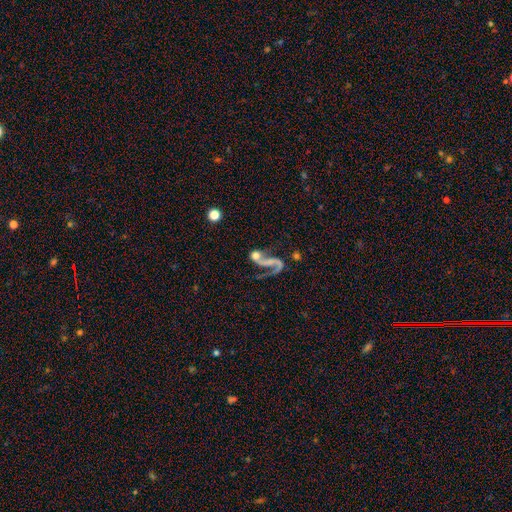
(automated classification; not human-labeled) Smooth or featured? featured or disk (65%)
Edge-on disk? no (96%)
Bar? no (60%)
Spiral arms? yes (79%)
Bulge size? none (39%)
Merging? merger (40%)